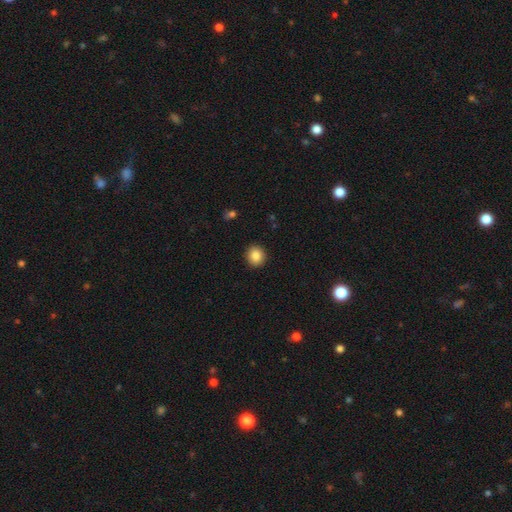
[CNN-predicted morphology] This appears to be a smooth galaxy with no disk features (87%) that is round (84%). Merging: none (92%).